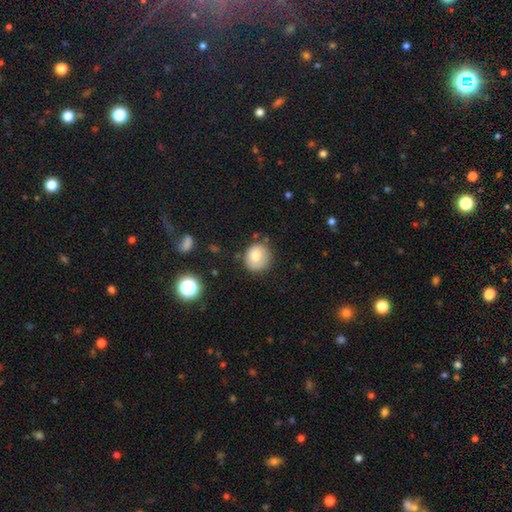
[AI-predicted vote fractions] Q: Smooth or featured?
A: smooth (74%); runner-up: featured or disk (16%)
Q: How rounded?
A: round (82%); runner-up: in between (17%)
Q: Merging?
A: none (75%); runner-up: minor disturbance (18%)